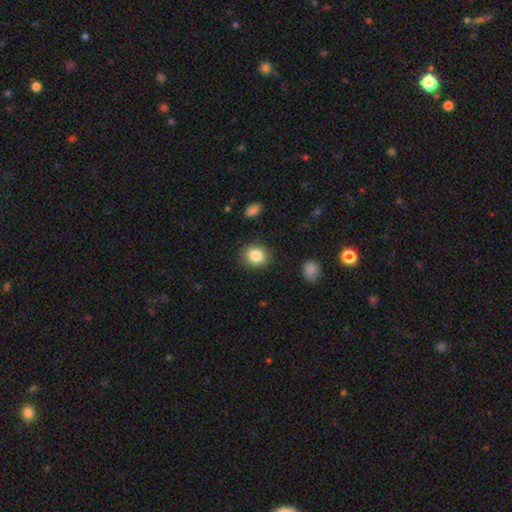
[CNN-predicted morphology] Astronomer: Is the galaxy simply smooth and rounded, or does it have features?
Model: smooth — 85%.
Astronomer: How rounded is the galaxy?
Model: round — 70%.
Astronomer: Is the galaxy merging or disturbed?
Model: none — 88%.